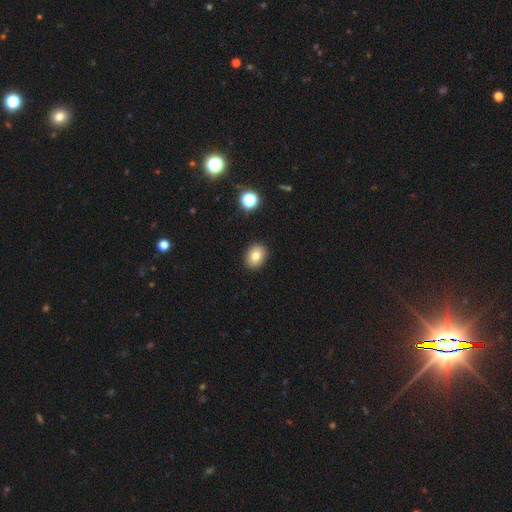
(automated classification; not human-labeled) smooth 80%, star or artifact 10%, featured or disk 10%. Down the decision tree: how rounded — in between (56%); merging — none (90%).